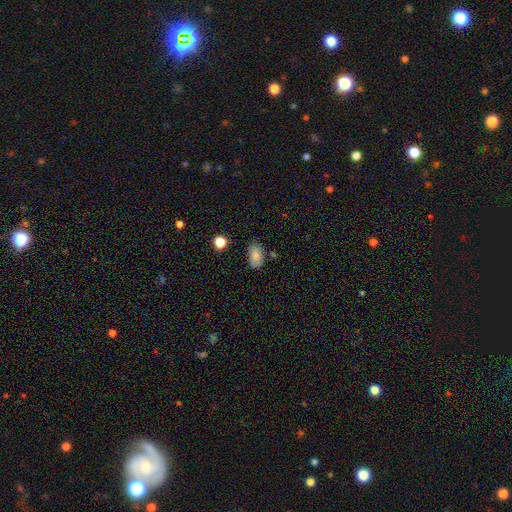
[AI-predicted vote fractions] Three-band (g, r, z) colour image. It shows a smooth galaxy with no disk features (82%) that is in between round and cigar-shaped (90%). Merging: none (73%).